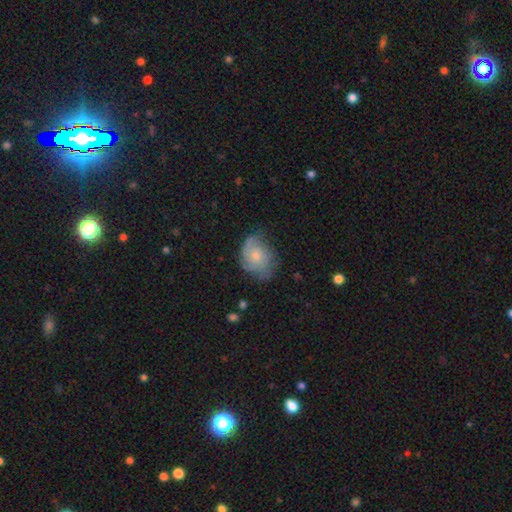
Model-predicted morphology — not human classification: featured or disk 61%, smooth 32%, star or artifact 7%. Down the decision tree: edge-on disk — no (97%); bar — no (76%); spiral arms — yes (89%); spiral arm count — 2 (33%); spiral winding — tight (49%); bulge size — small (48%); merging — none (60%).